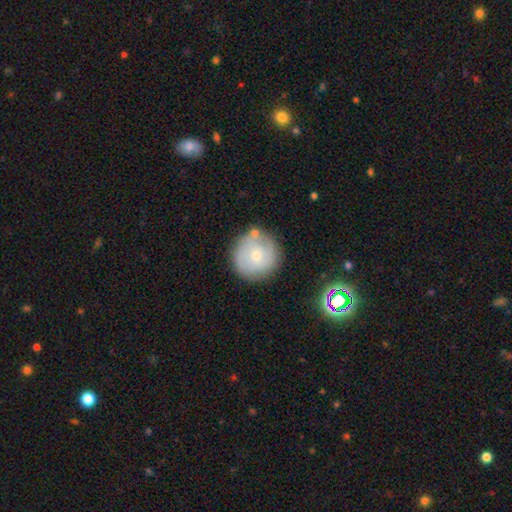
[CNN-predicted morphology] This is possibly a smooth galaxy (55%). How rounded: clearly round (94%). Merging: likely none (73%).